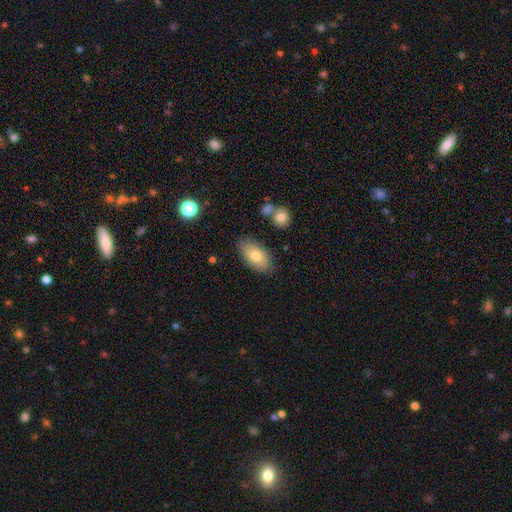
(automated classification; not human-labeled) Smooth or featured? smooth (75%)
How rounded? in between (93%)
Merging? none (82%)